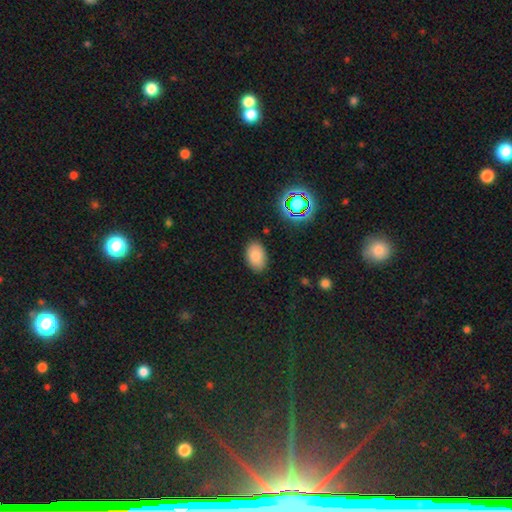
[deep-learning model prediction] Smooth or featured?
  - smooth: 82% *
  - star or artifact: 11%
  - featured or disk: 7%
How rounded?
  - in between: 88% *
  - round: 11%
  - cigar-shaped: 1%
Merging?
  - none: 85% *
  - minor disturbance: 11%
  - major disturbance: 3%
  - merger: 1%